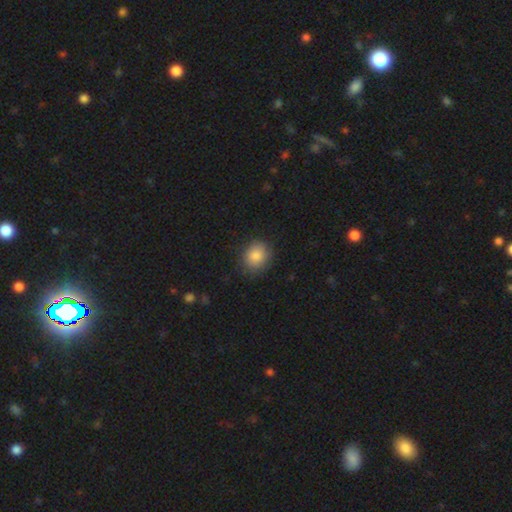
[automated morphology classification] Overall: smooth (86%). How rounded: round (69%; in between 30%). Merging: none (82%).